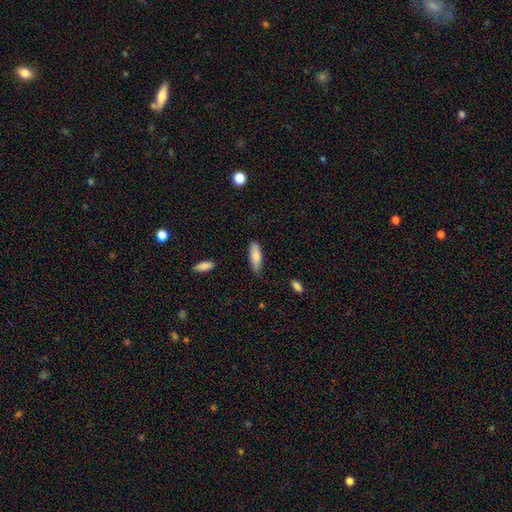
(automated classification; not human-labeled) Smooth or featured: smooth — 83% (featured or disk — 11%)
How rounded: in between — 56% (cigar-shaped — 43%)
Merging: none — 67% (minor disturbance — 26%)